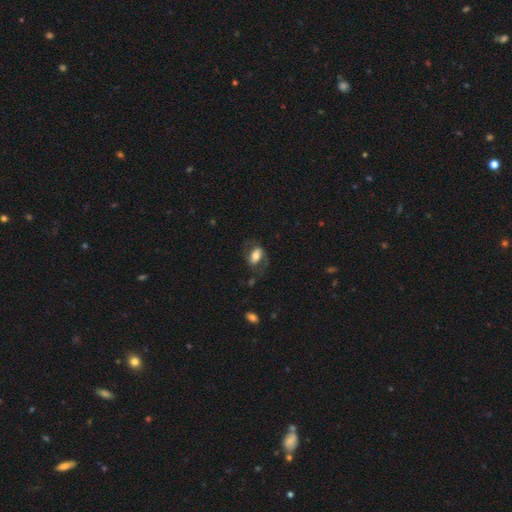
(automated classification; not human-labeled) smooth-or-featured: smooth: 52% | featured or disk: 41% | star or artifact: 7%
  how-rounded: in between: 86% | round: 11% | cigar-shaped: 3%
  merging: none: 57% | major disturbance: 21% | minor disturbance: 20% | merger: 2%